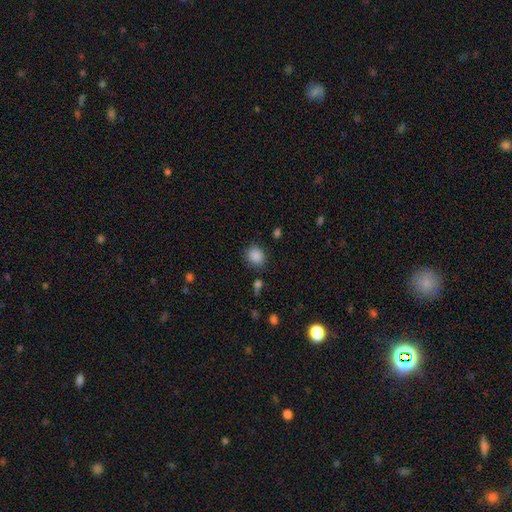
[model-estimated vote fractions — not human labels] Smooth or featured: smooth — 87% (star or artifact — 10%)
How rounded: round — 72% (in between — 27%)
Merging: none — 81% (minor disturbance — 12%)